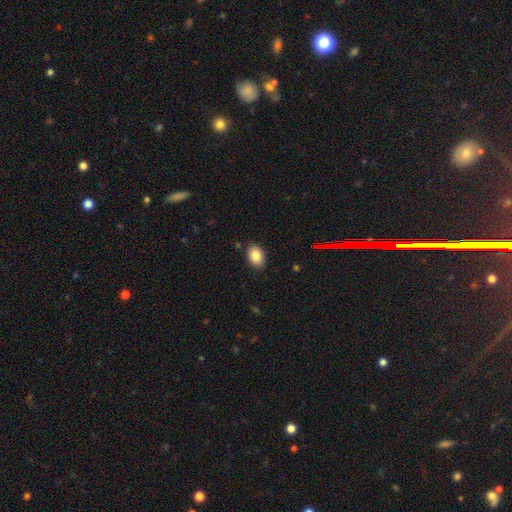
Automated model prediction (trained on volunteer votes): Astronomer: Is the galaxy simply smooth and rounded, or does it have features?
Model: smooth — 85%.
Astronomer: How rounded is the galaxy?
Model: in between — 78%.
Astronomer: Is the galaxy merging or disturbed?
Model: none — 86%.